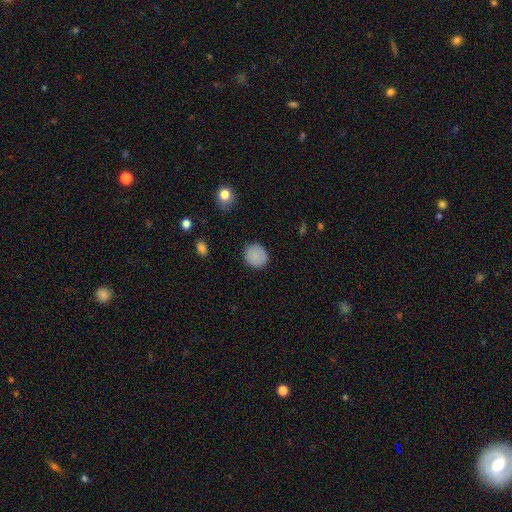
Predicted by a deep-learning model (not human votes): This appears to be a smooth galaxy with no disk features (86%) that is round (84%). Merging: none (87%).